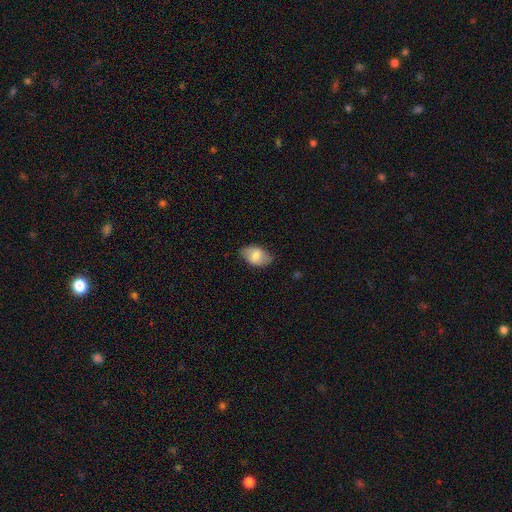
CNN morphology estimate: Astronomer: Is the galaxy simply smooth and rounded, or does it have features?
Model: smooth — 73%.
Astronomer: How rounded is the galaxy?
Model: in between — 89%.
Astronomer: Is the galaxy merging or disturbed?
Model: none — 74%.